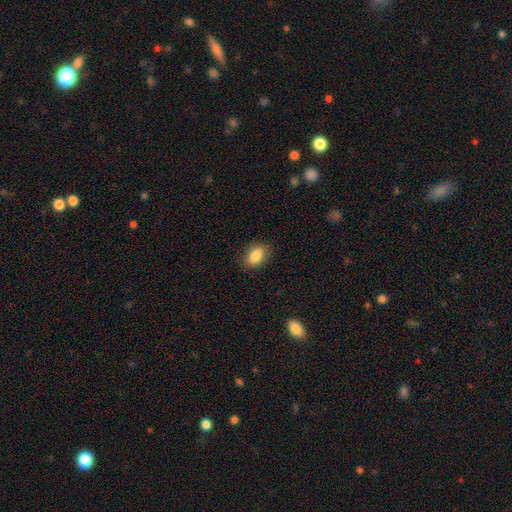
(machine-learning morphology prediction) type=smooth (86%); roundness=in between (84%); merging=none (85%).